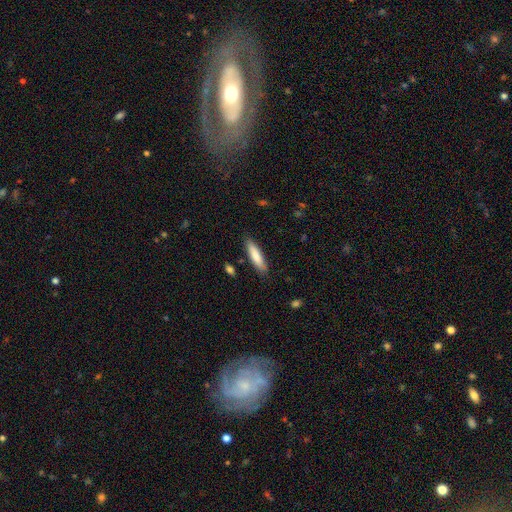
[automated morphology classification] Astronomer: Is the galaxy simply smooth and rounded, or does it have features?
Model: smooth — 83%.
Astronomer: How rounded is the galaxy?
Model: cigar-shaped — 73%.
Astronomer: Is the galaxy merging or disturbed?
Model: none — 86%.